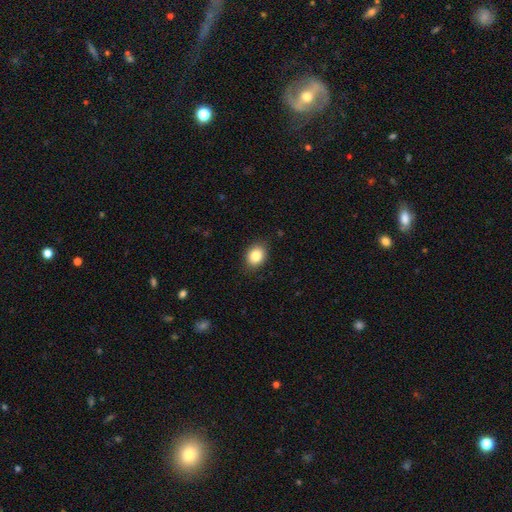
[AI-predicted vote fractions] Smooth or featured: smooth — 84% (star or artifact — 9%)
How rounded: in between — 50% (round — 49%)
Merging: none — 86% (minor disturbance — 11%)